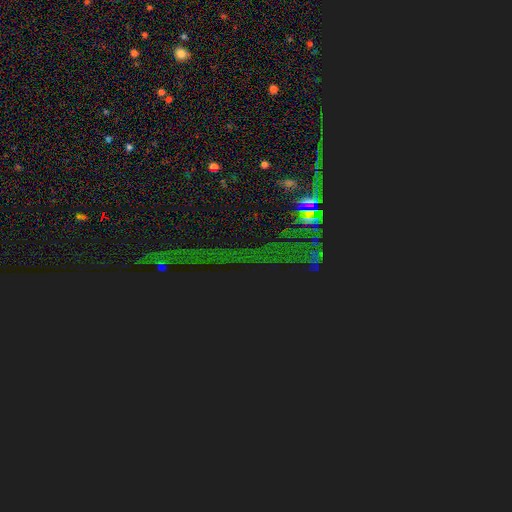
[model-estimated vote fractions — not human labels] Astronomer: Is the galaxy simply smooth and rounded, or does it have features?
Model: star or artifact — 79%.